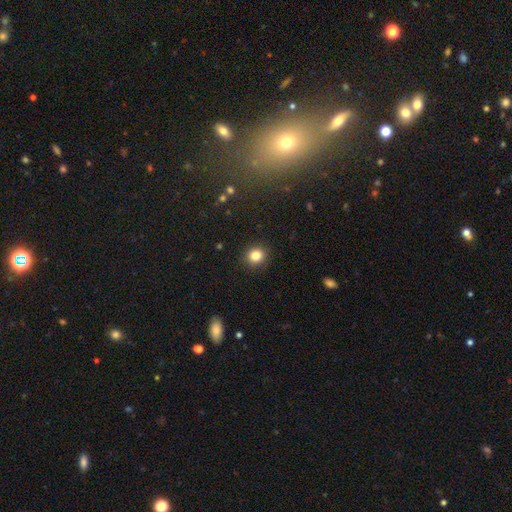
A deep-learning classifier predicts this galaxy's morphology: The model was most divided on "smooth or featured": smooth: 83%, star or artifact: 11%, featured or disk: 6%. More confident: merging — none (91%); how rounded — round (86%).